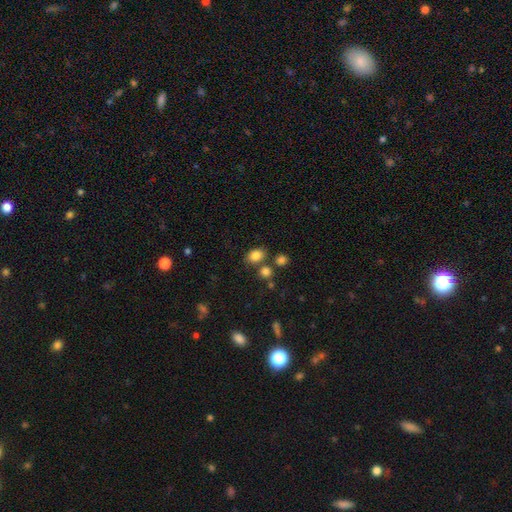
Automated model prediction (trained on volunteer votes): smooth_or_featured: smooth (p=0.82) [alt: star or artifact p=0.12]
how_rounded: in between (p=0.63) [alt: round p=0.36]
merging: none (p=0.70) [alt: merger p=0.14]